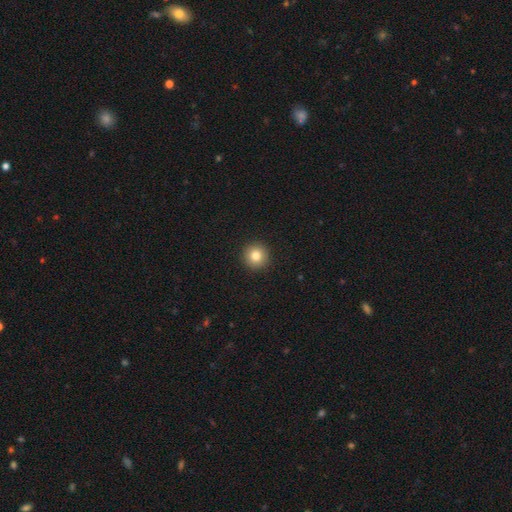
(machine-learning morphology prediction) Q: Smooth or featured?
A: smooth (82%); runner-up: star or artifact (11%)
Q: How rounded?
A: round (95%); runner-up: in between (4%)
Q: Merging?
A: none (93%); runner-up: minor disturbance (4%)